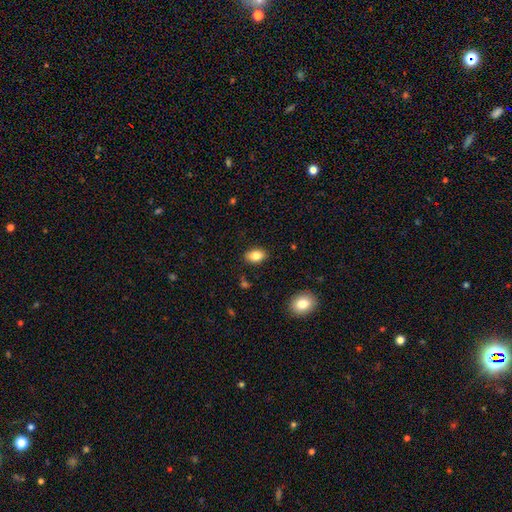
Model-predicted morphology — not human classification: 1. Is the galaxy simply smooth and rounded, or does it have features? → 83% smooth, 9% star or artifact, 9% featured or disk.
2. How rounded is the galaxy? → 84% in between, 14% round, 2% cigar-shaped.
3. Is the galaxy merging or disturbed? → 85% none, 11% minor disturbance, 3% major disturbance, 1% merger.